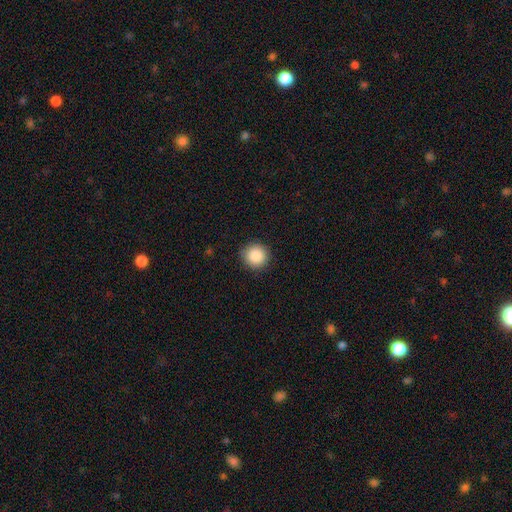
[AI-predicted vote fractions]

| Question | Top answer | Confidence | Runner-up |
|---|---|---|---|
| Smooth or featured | smooth | 88% | star or artifact (8%) |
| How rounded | round | 93% | in between (6%) |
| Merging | none | 91% | minor disturbance (6%) |